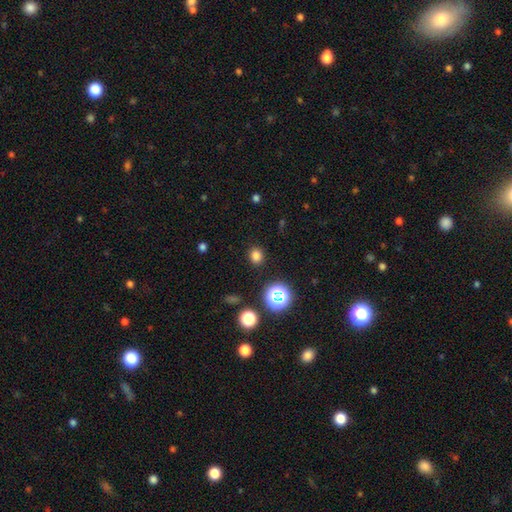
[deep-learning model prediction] Smooth or featured: smooth — 77% (star or artifact — 18%)
How rounded: round — 74% (in between — 25%)
Merging: none — 88% (minor disturbance — 7%)